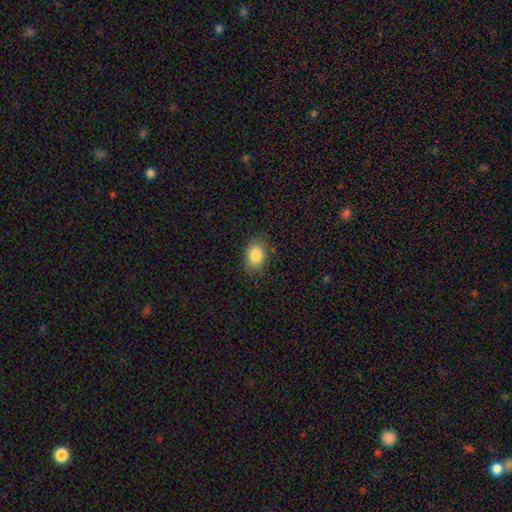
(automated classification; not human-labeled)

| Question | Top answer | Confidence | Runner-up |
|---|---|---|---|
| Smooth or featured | smooth | 85% | star or artifact (9%) |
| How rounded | in between | 71% | round (27%) |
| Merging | none | 80% | minor disturbance (15%) |